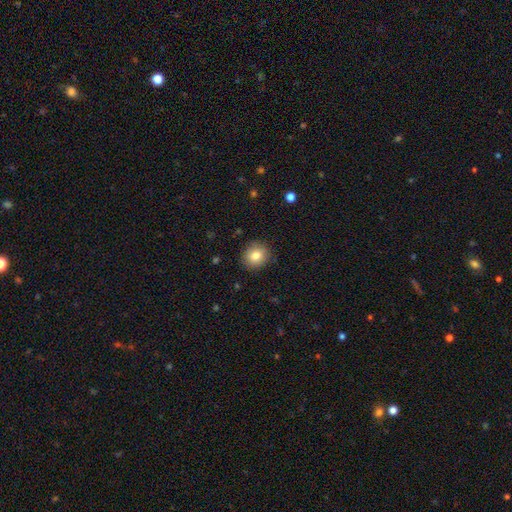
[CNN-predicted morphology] Smooth or featured? smooth (82%)
How rounded? round (83%)
Merging? none (88%)